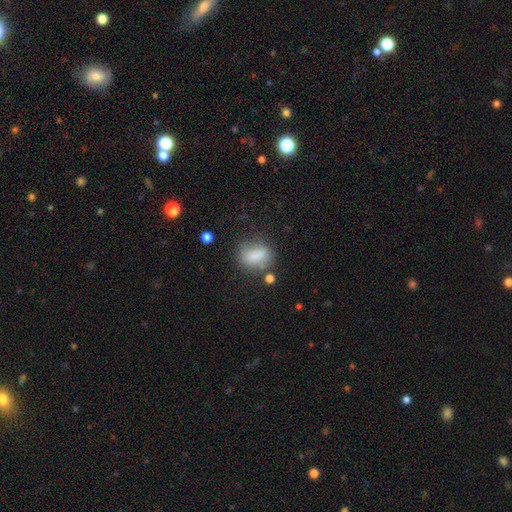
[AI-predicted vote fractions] Smooth or featured? smooth (78%)
How rounded? in between (64%)
Merging? none (59%)